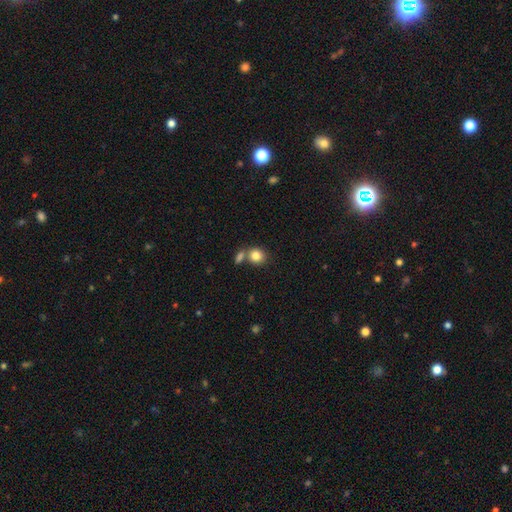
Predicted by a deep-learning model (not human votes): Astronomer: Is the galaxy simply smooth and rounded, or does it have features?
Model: smooth — 84%.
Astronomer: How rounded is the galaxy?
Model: round — 76%.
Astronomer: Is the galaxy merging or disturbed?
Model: none — 58%.